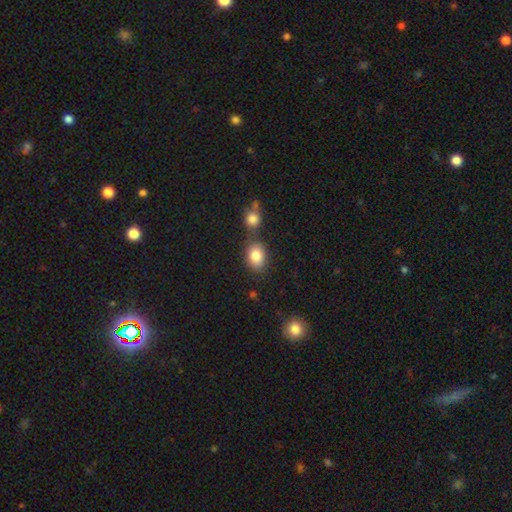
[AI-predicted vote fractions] Smooth or featured: smooth — 84% (star or artifact — 8%)
How rounded: in between — 69% (round — 30%)
Merging: none — 57% (merger — 27%)